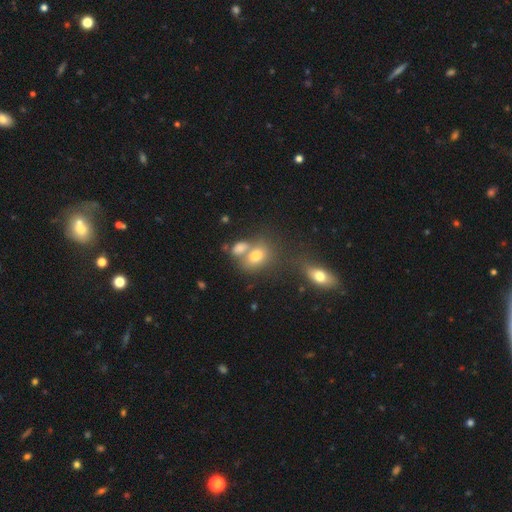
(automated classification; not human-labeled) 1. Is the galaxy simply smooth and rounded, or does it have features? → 72% smooth, 15% featured or disk, 13% star or artifact.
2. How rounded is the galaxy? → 71% in between, 27% round, 2% cigar-shaped.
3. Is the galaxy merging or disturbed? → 43% merger, 40% none, 12% minor disturbance, 6% major disturbance.